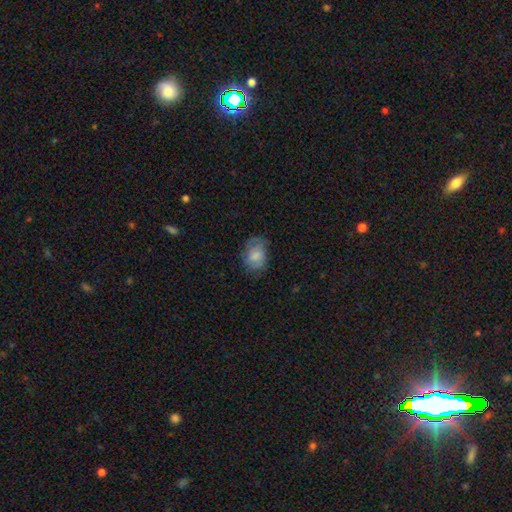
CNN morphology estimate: Q: Smooth or featured?
A: smooth (67%); runner-up: featured or disk (25%)
Q: How rounded?
A: in between (70%); runner-up: round (29%)
Q: Merging?
A: none (57%); runner-up: minor disturbance (29%)